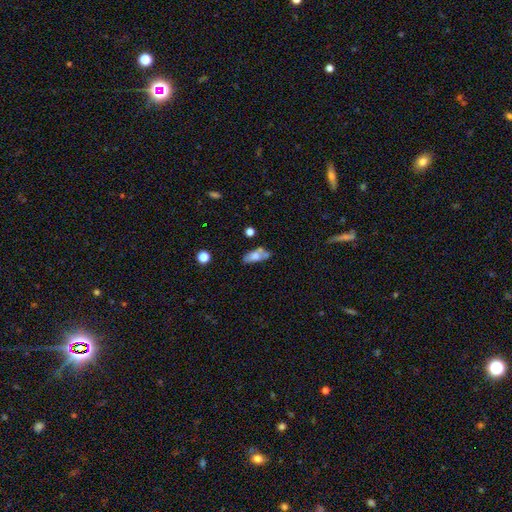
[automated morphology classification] type=smooth (63%); roundness=in between (76%); merging=none (47%).